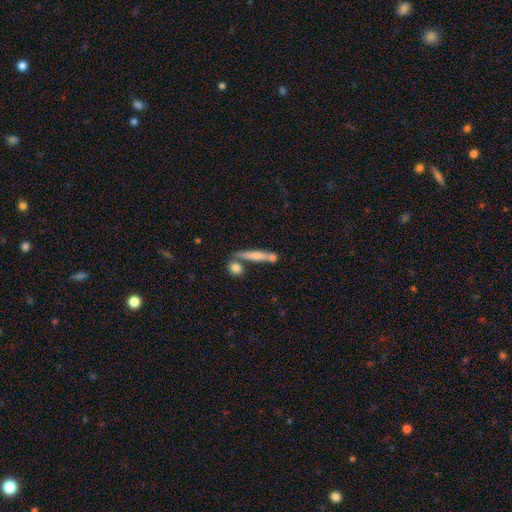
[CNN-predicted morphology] This is possibly a smooth galaxy (58%). How rounded: clearly cigar-shaped (86%). Merging: likely none (63%).